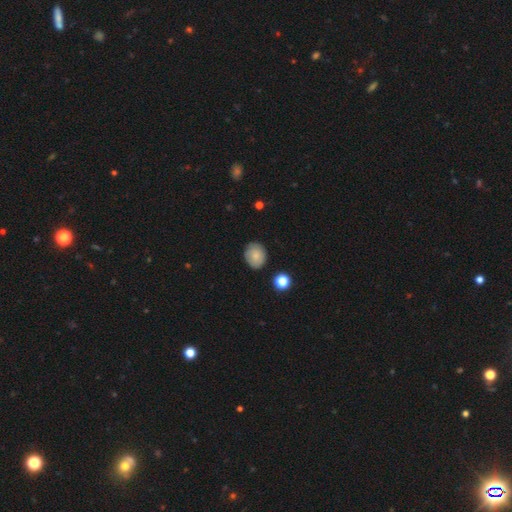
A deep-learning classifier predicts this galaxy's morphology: Smooth or featured? Predicted: smooth (p=0.78). How rounded? Predicted: round (p=0.65). Merging? Predicted: none (p=0.80).